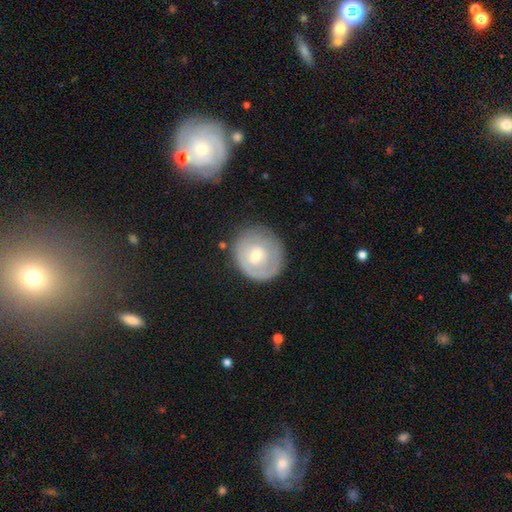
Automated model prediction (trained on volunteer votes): Smooth or featured? Predicted: featured or disk (p=0.48). Merging? Predicted: none (p=0.75).